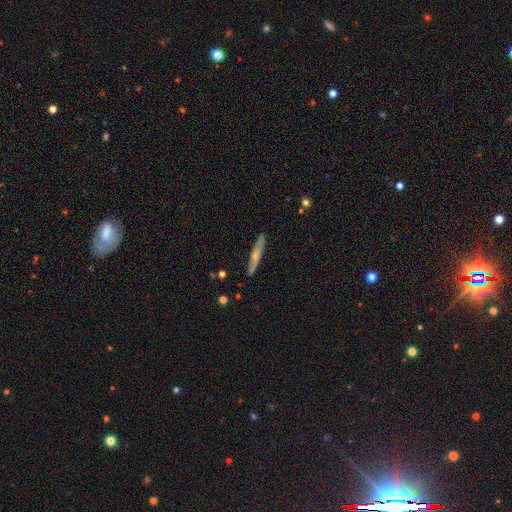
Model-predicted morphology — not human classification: A featured or disk galaxy (50%).

Vote fractions:
- Smooth or featured? featured or disk: 50% / smooth: 44% / star or artifact: 6%
- Merging? none: 84% / minor disturbance: 12% / major disturbance: 2% / merger: 2%